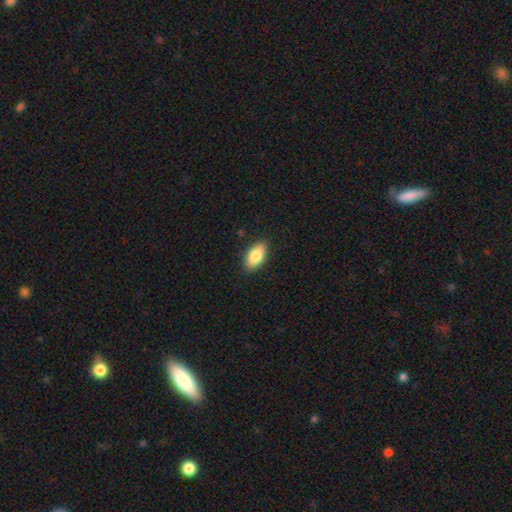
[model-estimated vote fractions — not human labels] smooth 85%, featured or disk 8%, star or artifact 7%. Down the decision tree: how rounded — in between (93%); merging — none (88%).